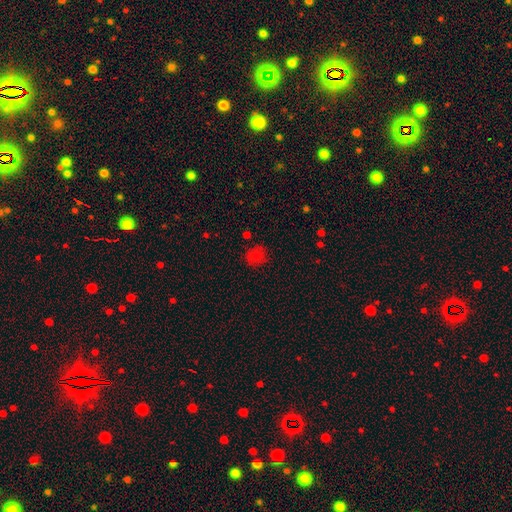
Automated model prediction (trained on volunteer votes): Smooth or featured? Predicted: smooth (p=0.77). How rounded? Predicted: round (p=0.78). Merging? Predicted: none (p=0.80).